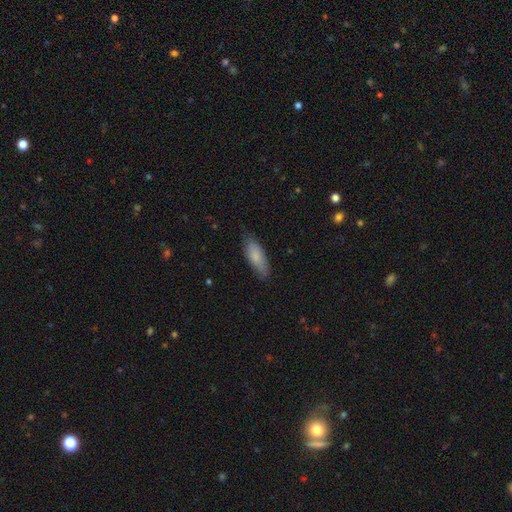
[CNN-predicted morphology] Smooth or featured?
  - smooth: 81% *
  - featured or disk: 13%
  - star or artifact: 6%
How rounded?
  - in between: 68% *
  - cigar-shaped: 31%
  - round: 2%
Merging?
  - none: 79% *
  - minor disturbance: 17%
  - major disturbance: 3%
  - merger: 1%